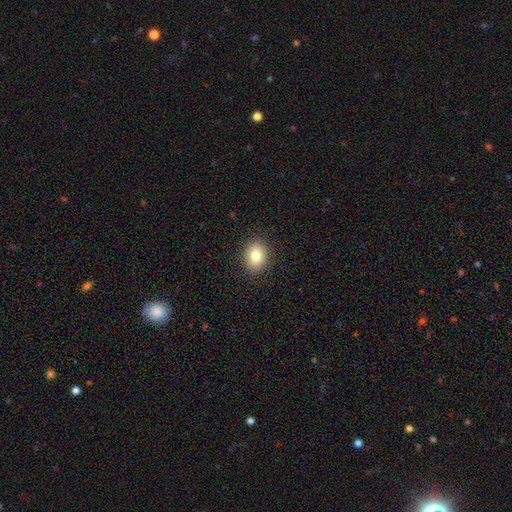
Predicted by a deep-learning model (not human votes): Overall: smooth (80%). How rounded: in between (54%; round 45%). Merging: none (90%).